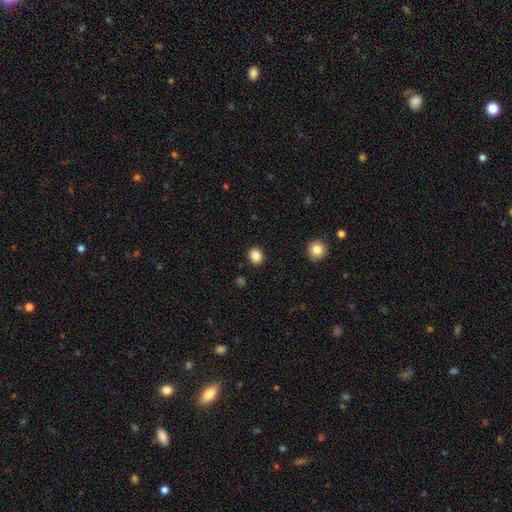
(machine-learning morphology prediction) Q: Smooth or featured?
A: smooth (86%); runner-up: star or artifact (10%)
Q: How rounded?
A: round (68%); runner-up: in between (31%)
Q: Merging?
A: none (90%); runner-up: minor disturbance (6%)